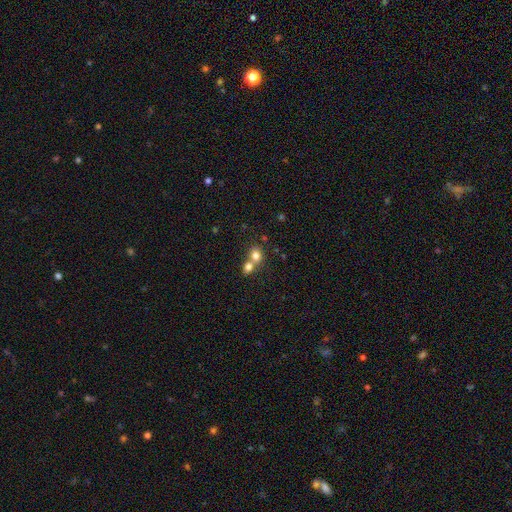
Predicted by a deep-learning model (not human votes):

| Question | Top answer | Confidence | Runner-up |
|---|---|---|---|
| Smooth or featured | smooth | 78% | star or artifact (11%) |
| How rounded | round | 66% | in between (33%) |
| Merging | merger | 59% | none (33%) |